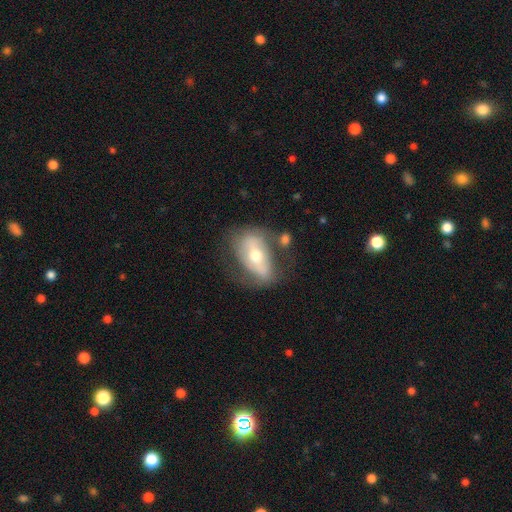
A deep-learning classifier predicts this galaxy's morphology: Smooth or featured: featured or disk — 58% (smooth — 34%)
Edge-on disk: no — 86% (yes — 14%)
Bar: strong — 41% (no — 33%)
Spiral arms: no — 59% (yes — 41%)
Bulge size: moderate — 69% (small — 23%)
Merging: none — 54% (minor disturbance — 23%)